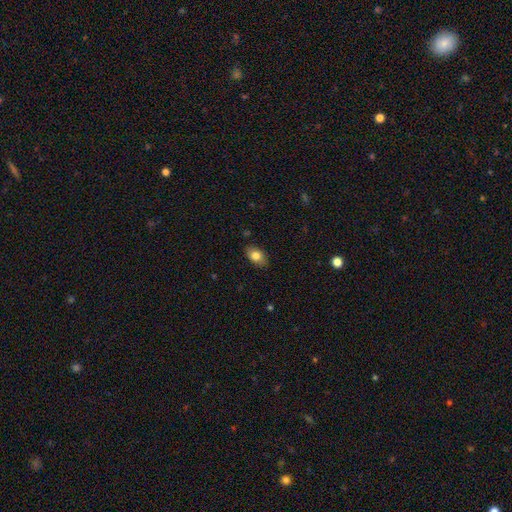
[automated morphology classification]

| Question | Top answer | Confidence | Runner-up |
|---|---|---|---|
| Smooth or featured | smooth | 81% | featured or disk (11%) |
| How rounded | in between | 85% | round (14%) |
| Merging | none | 84% | minor disturbance (12%) |